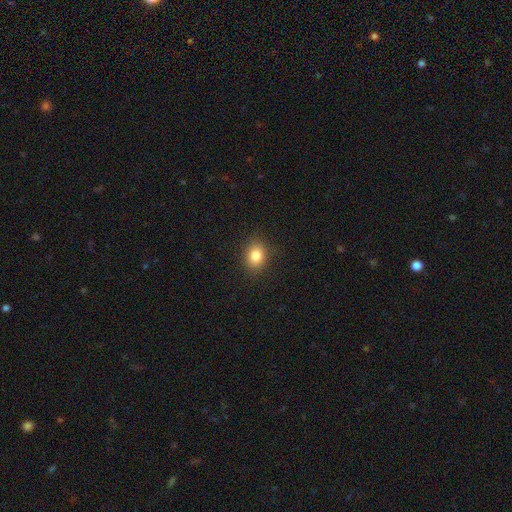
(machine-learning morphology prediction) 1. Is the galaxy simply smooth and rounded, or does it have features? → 83% smooth, 10% star or artifact, 6% featured or disk.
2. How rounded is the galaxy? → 50% round, 49% in between, 1% cigar-shaped.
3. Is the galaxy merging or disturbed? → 87% none, 9% minor disturbance, 3% major disturbance, 1% merger.